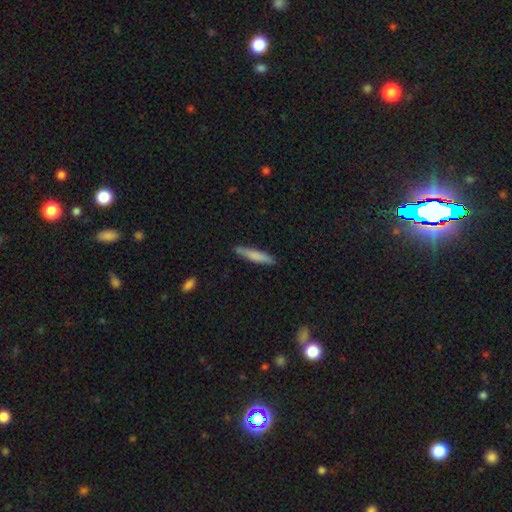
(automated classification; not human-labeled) The model was most divided on "smooth or featured": smooth: 77%, featured or disk: 17%, star or artifact: 6%. More confident: how rounded — cigar-shaped (89%); merging — none (84%).